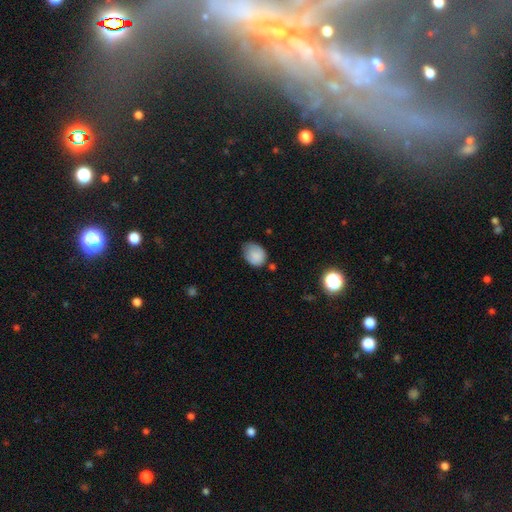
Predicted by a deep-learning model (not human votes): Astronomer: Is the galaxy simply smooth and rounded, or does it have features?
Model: smooth — 84%.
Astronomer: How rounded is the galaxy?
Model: in between — 55% (runner-up: round, 44%).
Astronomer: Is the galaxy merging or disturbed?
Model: none — 52% (runner-up: minor disturbance, 37%).